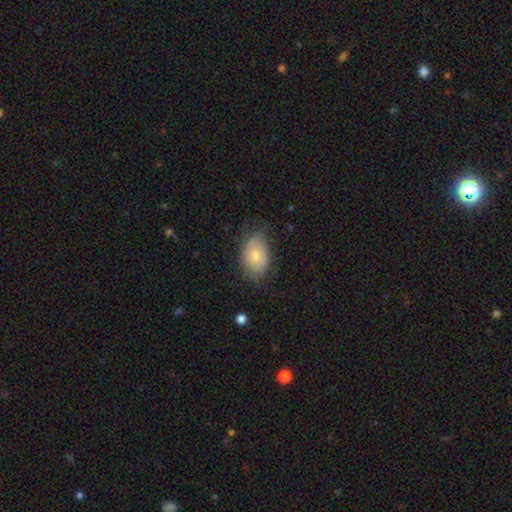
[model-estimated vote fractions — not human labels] Morphology: type=smooth (69%); roundness=in between (87%); merging=none (64%).